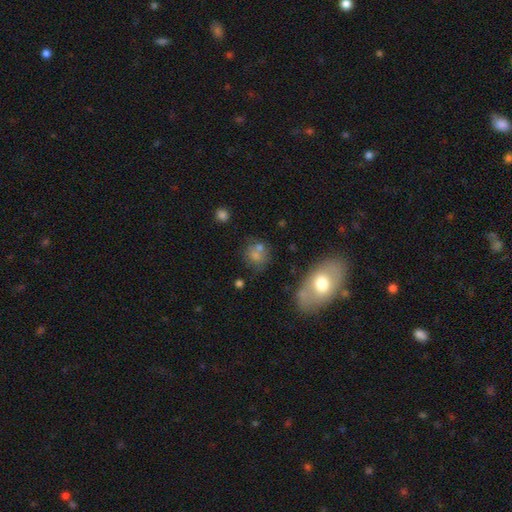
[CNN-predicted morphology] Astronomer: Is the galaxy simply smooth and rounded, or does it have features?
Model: smooth — 66%.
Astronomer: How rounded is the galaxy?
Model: round — 67%.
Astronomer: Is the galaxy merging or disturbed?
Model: none — 65%.